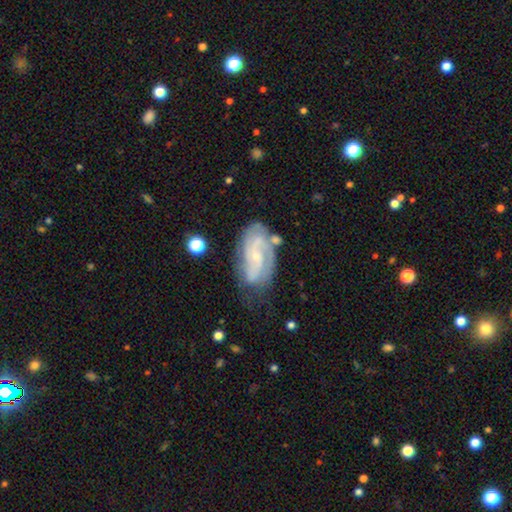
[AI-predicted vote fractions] Smooth or featured? Predicted: featured or disk (p=0.79). Edge-on disk? Predicted: no (p=0.95). Bar? Predicted: no (p=0.57). Spiral arms? Predicted: yes (p=0.92). Spiral winding? Predicted: tight (p=0.47). Spiral arm count? Predicted: 2 (p=0.47). Bulge size? Predicted: small (p=0.75). Merging? Predicted: none (p=0.63).